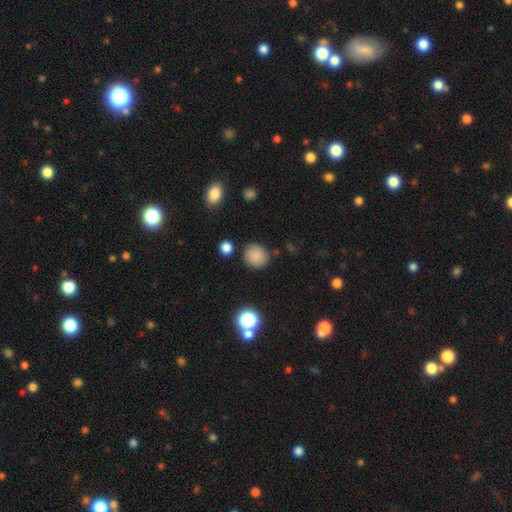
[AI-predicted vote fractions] Smooth or featured?
  - smooth: 83% *
  - star or artifact: 11%
  - featured or disk: 6%
How rounded?
  - round: 87% *
  - in between: 12%
  - cigar-shaped: 1%
Merging?
  - none: 81% *
  - minor disturbance: 12%
  - major disturbance: 3%
  - merger: 3%